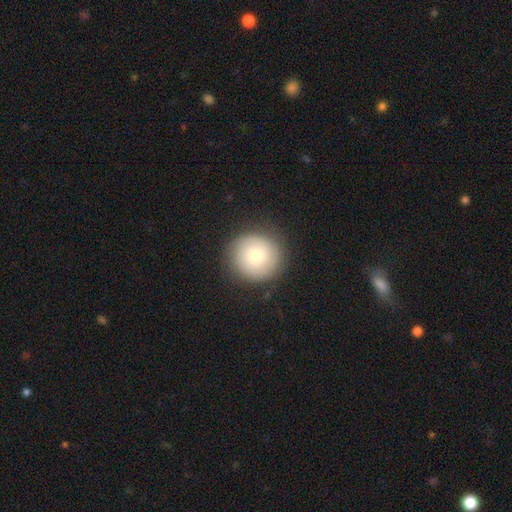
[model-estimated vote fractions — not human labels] smooth 72%, featured or disk 20%, star or artifact 8%. Down the decision tree: how rounded — round (94%); merging — none (86%).